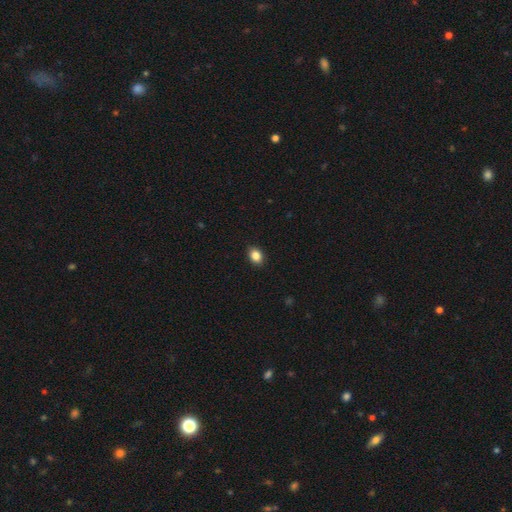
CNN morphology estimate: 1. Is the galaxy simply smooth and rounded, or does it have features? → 86% smooth, 9% star or artifact, 5% featured or disk.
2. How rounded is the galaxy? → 69% in between, 30% round, 1% cigar-shaped.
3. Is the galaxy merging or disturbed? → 90% none, 7% minor disturbance, 2% major disturbance, 1% merger.